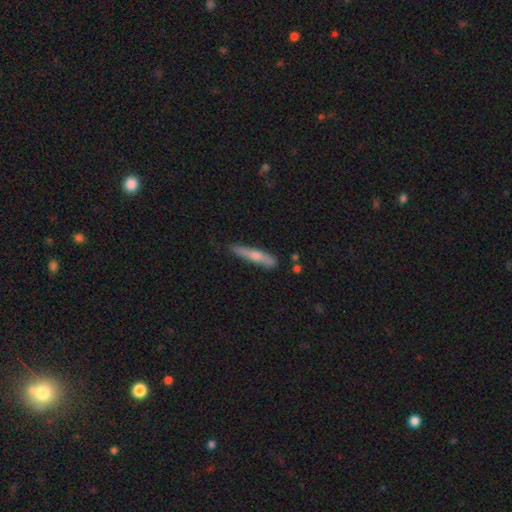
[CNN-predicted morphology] Q: Smooth or featured?
A: smooth (60%); runner-up: featured or disk (34%)
Q: How rounded?
A: cigar-shaped (92%); runner-up: in between (7%)
Q: Merging?
A: none (75%); runner-up: minor disturbance (19%)